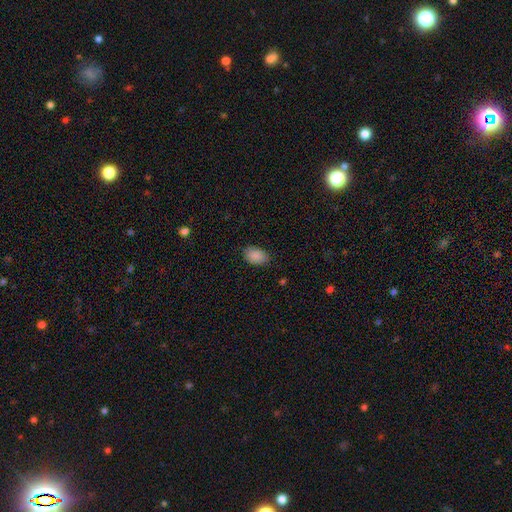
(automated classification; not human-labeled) This is clearly a smooth galaxy (89%). How rounded: clearly in between (89%). Merging: clearly none (83%).